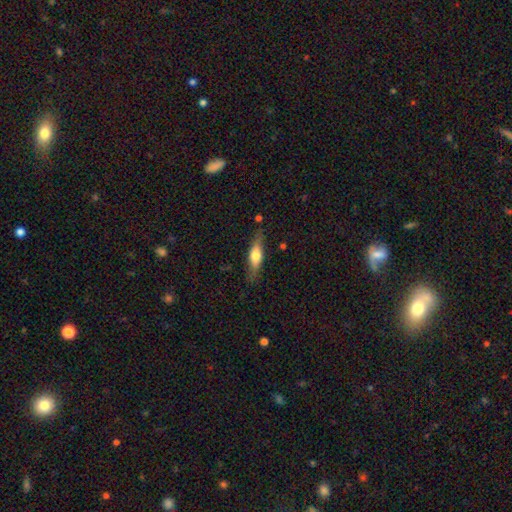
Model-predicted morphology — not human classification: Overall: smooth (54%; featured or disk 39%). How rounded: cigar-shaped (58%; in between 40%). Merging: none (78%).